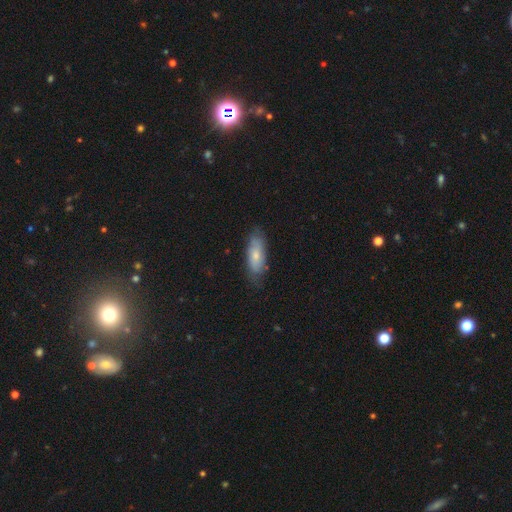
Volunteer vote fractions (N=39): Smooth or featured? 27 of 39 (69%) said smooth. How rounded? 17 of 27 (63%) said in between. Merging? 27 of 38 (71%) said none.